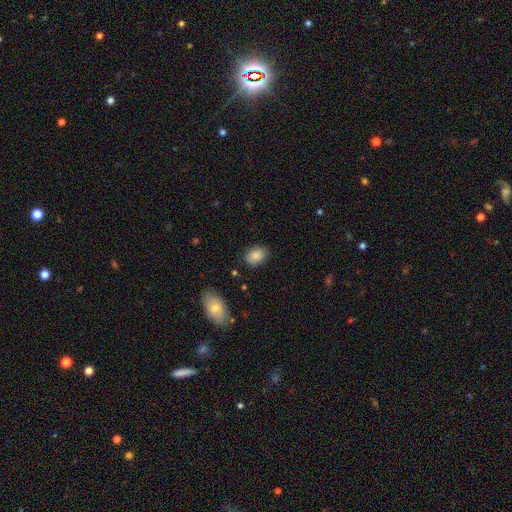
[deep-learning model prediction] smooth_or_featured: smooth (p=0.86) [alt: star or artifact p=0.08]
how_rounded: in between (p=0.79) [alt: round p=0.20]
merging: none (p=0.84) [alt: minor disturbance p=0.12]